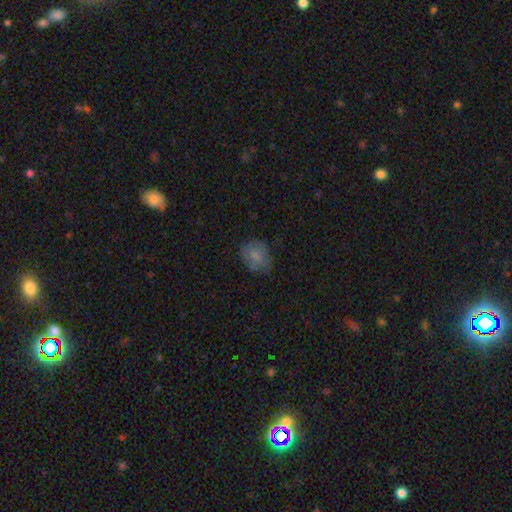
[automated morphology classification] Smooth or featured: smooth — 75% (featured or disk — 16%)
How rounded: in between — 54% (round — 45%)
Merging: none — 65% (minor disturbance — 25%)